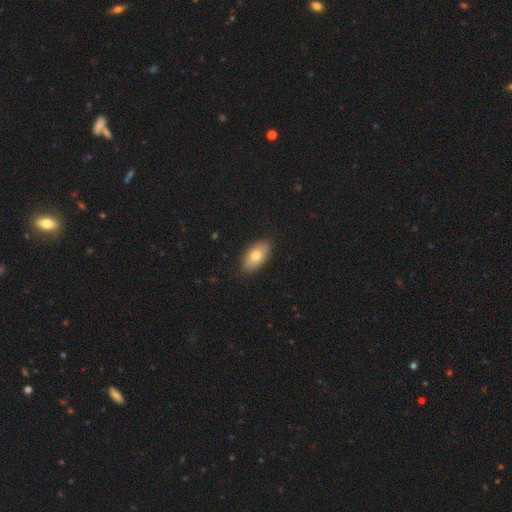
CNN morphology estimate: smooth-or-featured: smooth: 76% | featured or disk: 18% | star or artifact: 7%
  how-rounded: in between: 93% | round: 4% | cigar-shaped: 3%
  merging: none: 86% | minor disturbance: 11% | major disturbance: 2% | merger: 1%